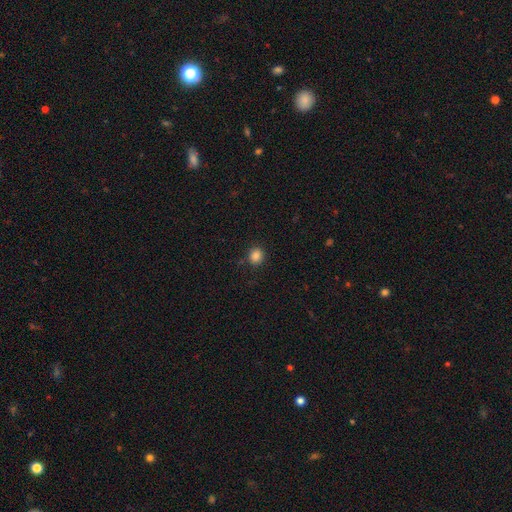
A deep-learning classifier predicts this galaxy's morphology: type=smooth (85%); roundness=round (80%); merging=none (88%).